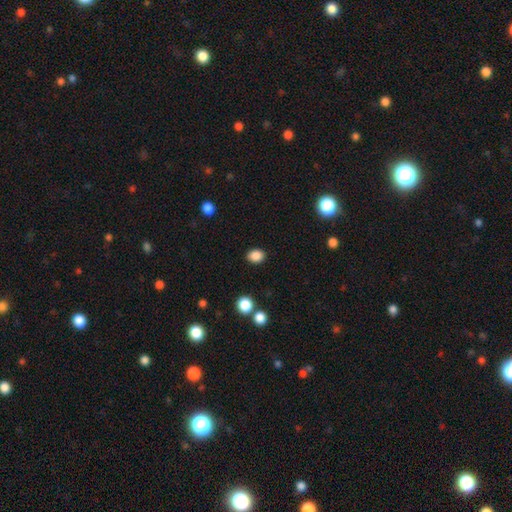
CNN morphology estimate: The model was most divided on "how rounded": in between: 58%, round: 41%, cigar-shaped: 1%. More confident: merging — none (88%); smooth or featured — smooth (87%).